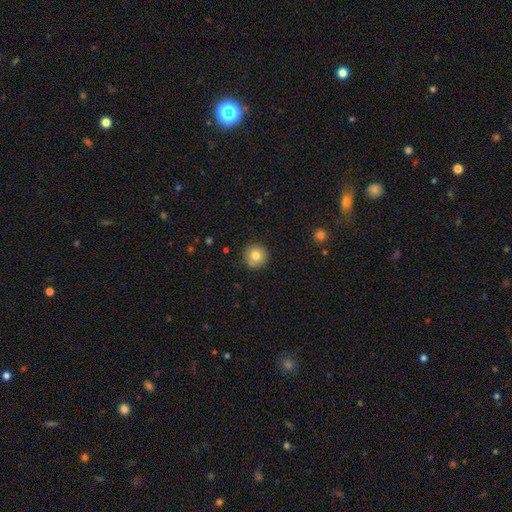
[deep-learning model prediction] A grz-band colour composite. It shows a smooth galaxy with no disk features (80%) that is round (95%). Merging: none (88%).